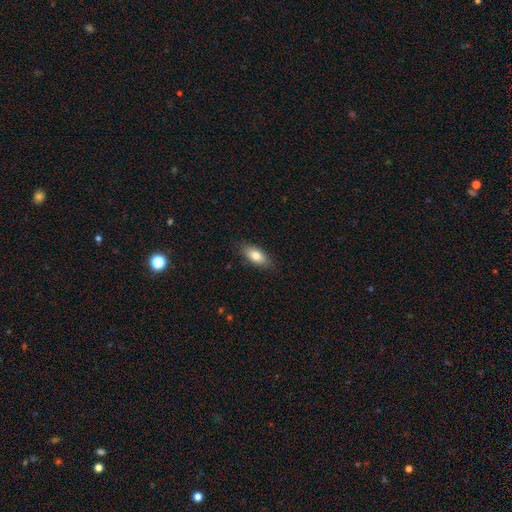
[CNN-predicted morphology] Smooth or featured?
  - smooth: 81% *
  - featured or disk: 12%
  - star or artifact: 7%
How rounded?
  - in between: 86% *
  - cigar-shaped: 10%
  - round: 3%
Merging?
  - none: 85% *
  - minor disturbance: 12%
  - major disturbance: 2%
  - merger: 1%